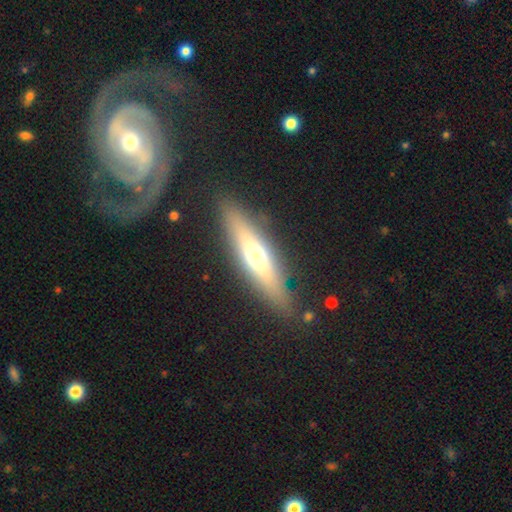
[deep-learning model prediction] Smooth or featured? featured or disk (48%)
Merging? none (85%)